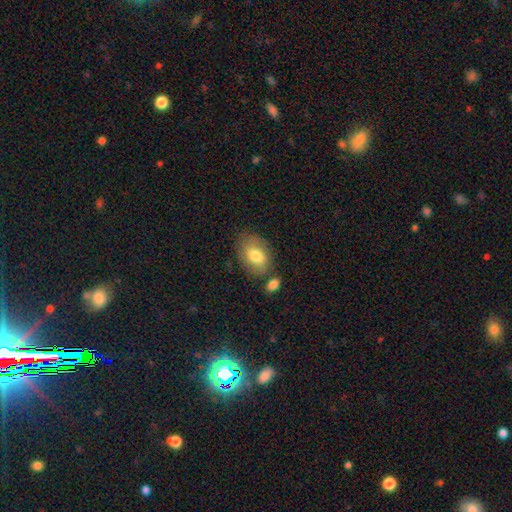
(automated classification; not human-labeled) Smooth or featured: smooth — 74% (featured or disk — 18%)
How rounded: in between — 77% (round — 22%)
Merging: none — 68% (minor disturbance — 18%)